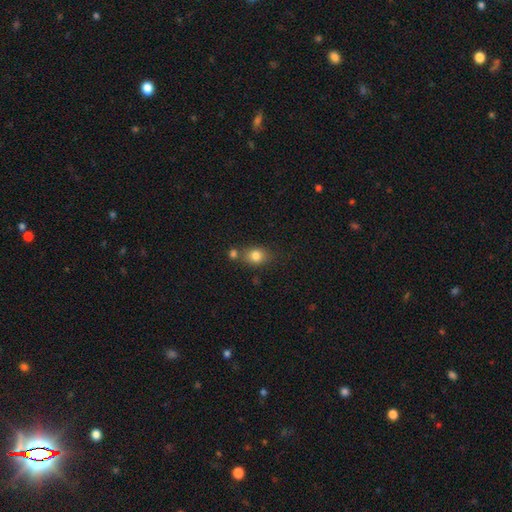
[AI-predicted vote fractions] A smooth galaxy with no disk features (81%) that is in between round and cigar-shaped (50%).

Vote fractions:
- Smooth or featured? smooth: 81% / star or artifact: 10% / featured or disk: 9%
- How rounded? in between: 50% / round: 48% / cigar-shaped: 1%
- Merging? none: 61% / merger: 21% / minor disturbance: 14% / major disturbance: 4%